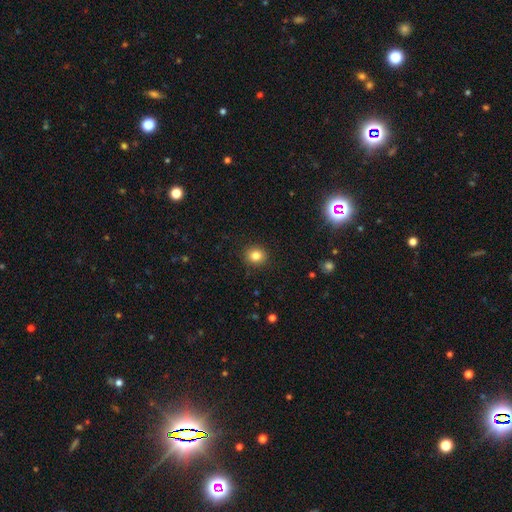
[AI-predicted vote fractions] Smooth or featured? smooth (83%)
How rounded? round (79%)
Merging? none (90%)